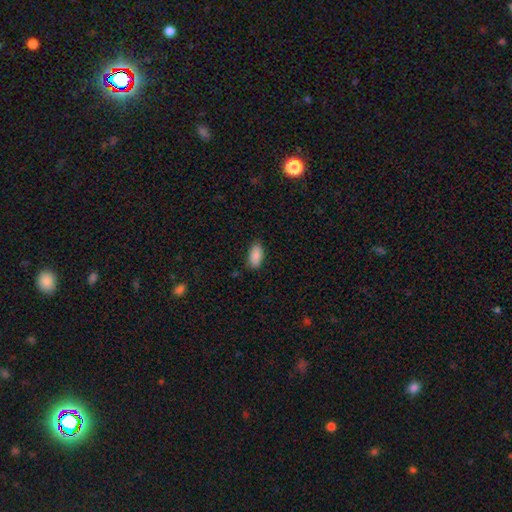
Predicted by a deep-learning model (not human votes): smooth_or_featured: smooth (p=0.87) [alt: star or artifact p=0.07]
how_rounded: in between (p=0.93) [alt: cigar-shaped p=0.04]
merging: none (p=0.84) [alt: minor disturbance p=0.13]